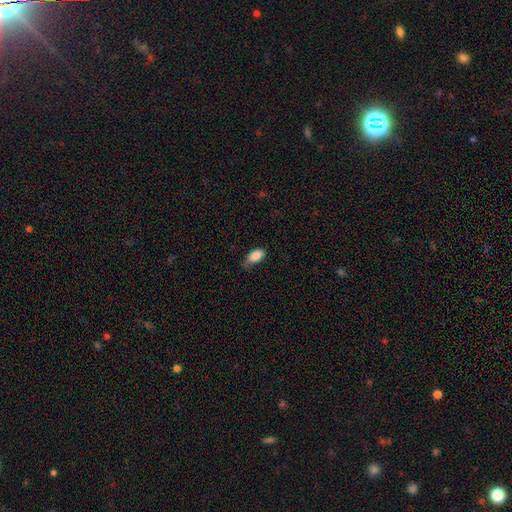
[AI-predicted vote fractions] Morphology: type=smooth (87%); roundness=in between (92%); merging=none (52%).